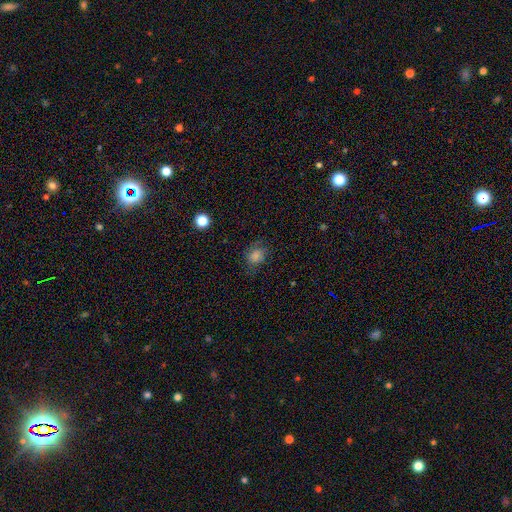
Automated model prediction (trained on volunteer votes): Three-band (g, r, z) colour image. It shows a smooth galaxy with no disk features (67%) that is round (60%). Merging: none (72%).